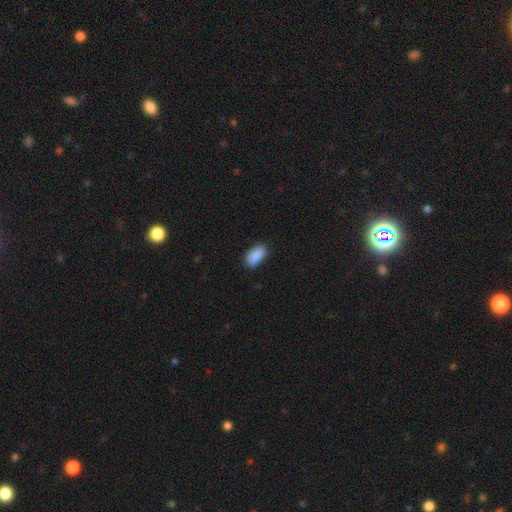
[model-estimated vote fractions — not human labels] smooth 89%, star or artifact 7%, featured or disk 3%. Down the decision tree: how rounded — in between (92%); merging — none (79%).